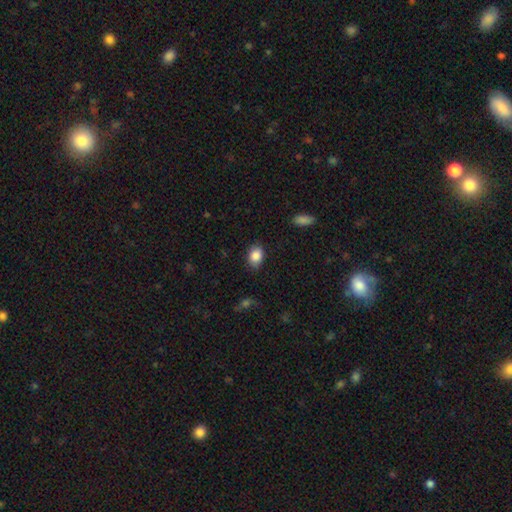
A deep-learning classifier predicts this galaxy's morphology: Smooth or featured: smooth — 86% (star or artifact — 8%)
How rounded: in between — 66% (round — 33%)
Merging: none — 80% (minor disturbance — 16%)